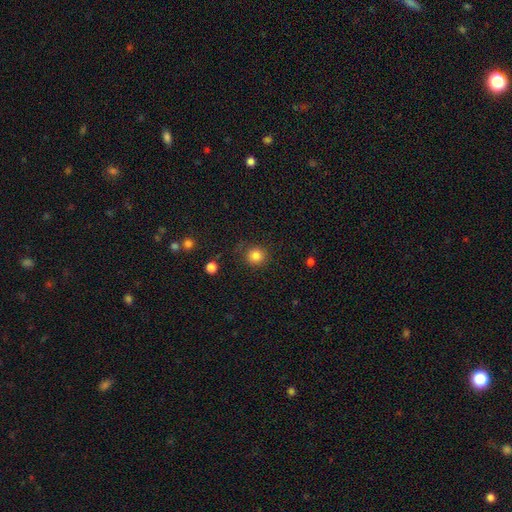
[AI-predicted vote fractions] The model was most divided on "smooth or featured": smooth: 83%, star or artifact: 12%, featured or disk: 5%. More confident: how rounded — round (91%); merging — none (83%).